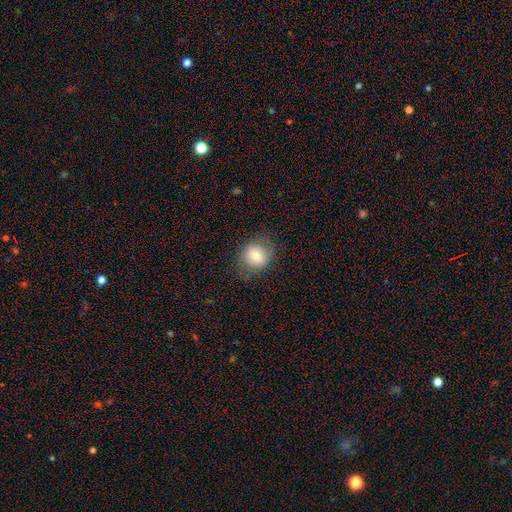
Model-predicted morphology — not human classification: A smooth galaxy with no disk features (72%) that is round (72%).

Vote fractions:
- Smooth or featured? smooth: 72% / featured or disk: 18% / star or artifact: 10%
- How rounded? round: 72% / in between: 27% / cigar-shaped: 1%
- Merging? none: 76% / minor disturbance: 16% / major disturbance: 7% / merger: 1%